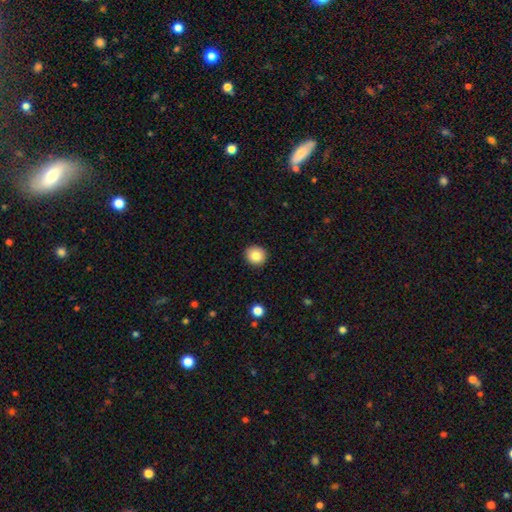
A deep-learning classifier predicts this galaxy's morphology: A smooth galaxy with no disk features (83%) that is round (92%). Merging: none (92%).